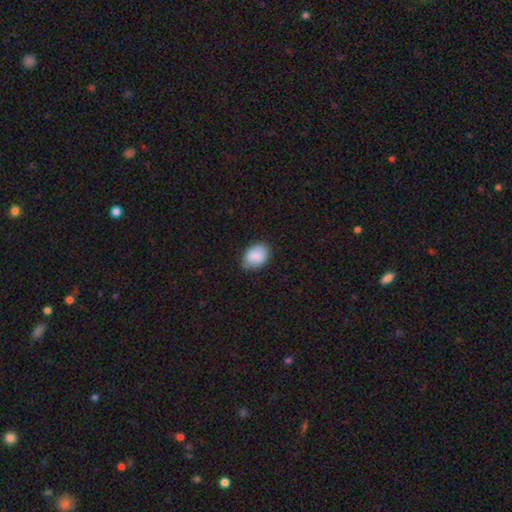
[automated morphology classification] This appears to be a smooth galaxy with no disk features (87%) that is in between round and cigar-shaped (82%). Merging: none (76%).